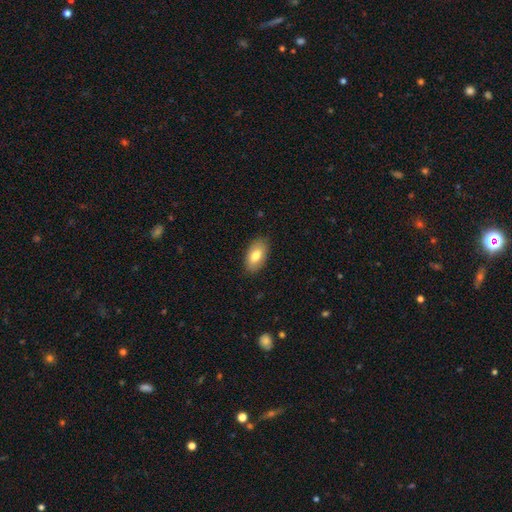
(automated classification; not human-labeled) smooth_or_featured: smooth (p=0.78) [alt: featured or disk p=0.15]
how_rounded: in between (p=0.93) [alt: round p=0.05]
merging: none (p=0.87) [alt: minor disturbance p=0.10]